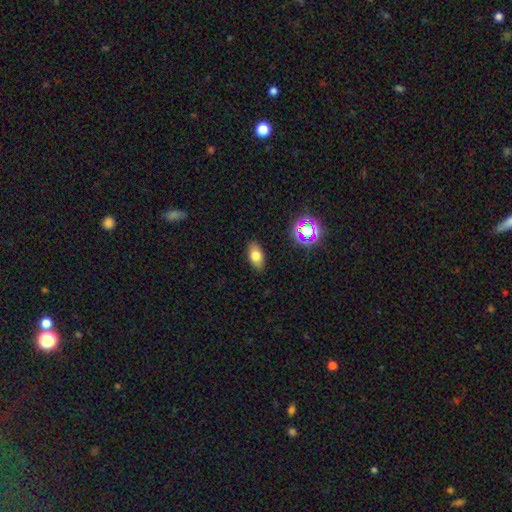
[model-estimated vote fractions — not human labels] Smooth or featured?
  - smooth: 73% *
  - featured or disk: 14%
  - star or artifact: 13%
How rounded?
  - in between: 89% *
  - round: 7%
  - cigar-shaped: 4%
Merging?
  - none: 87% *
  - minor disturbance: 10%
  - major disturbance: 2%
  - merger: 1%